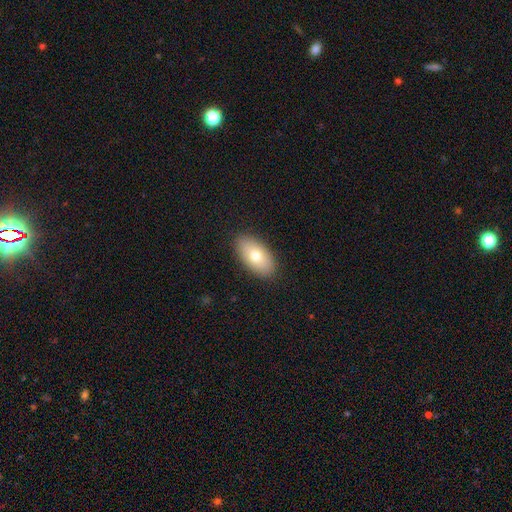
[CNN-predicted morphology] Overall: smooth (74%). How rounded: in between (94%). Merging: none (88%).